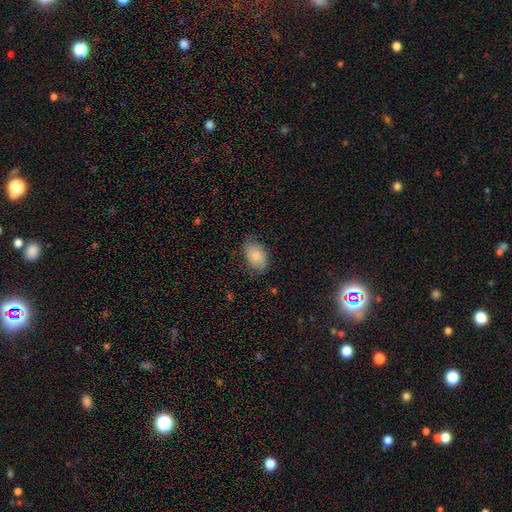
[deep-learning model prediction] This is clearly a smooth galaxy (86%). How rounded: clearly in between (91%). Merging: likely none (74%).